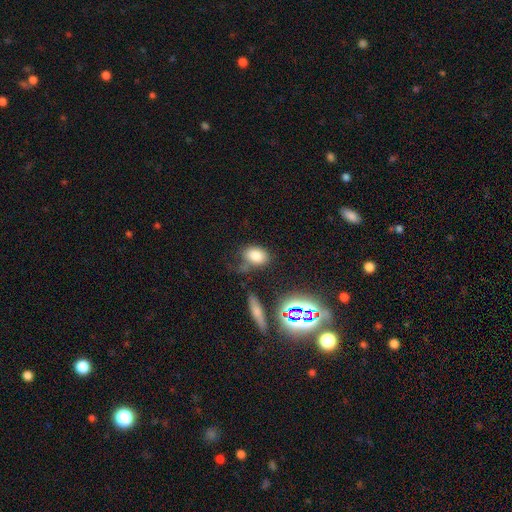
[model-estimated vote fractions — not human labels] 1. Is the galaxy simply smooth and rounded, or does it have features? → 76% smooth, 15% star or artifact, 9% featured or disk.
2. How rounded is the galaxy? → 75% in between, 24% round, 2% cigar-shaped.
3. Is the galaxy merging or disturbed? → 61% none, 21% minor disturbance, 9% major disturbance, 9% merger.